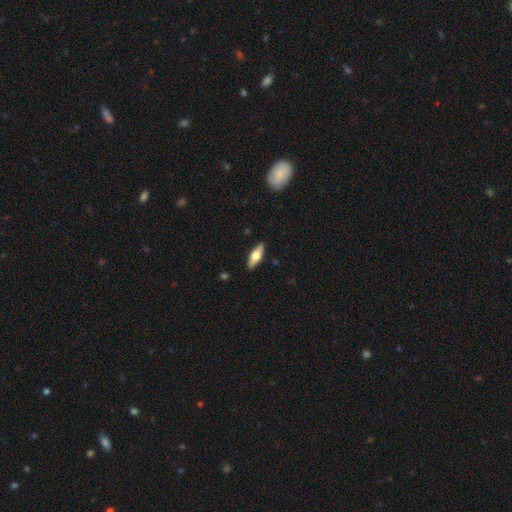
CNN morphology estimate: featured or disk 48%, smooth 46%, star or artifact 6%. Down the decision tree: merging — none (89%).